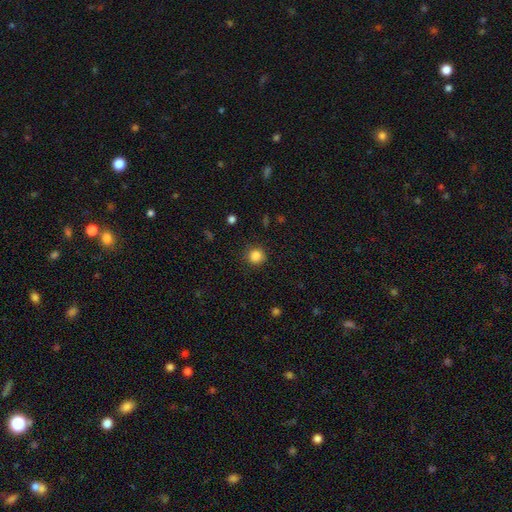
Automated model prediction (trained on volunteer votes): Overall: smooth (85%). How rounded: round (92%). Merging: none (88%).